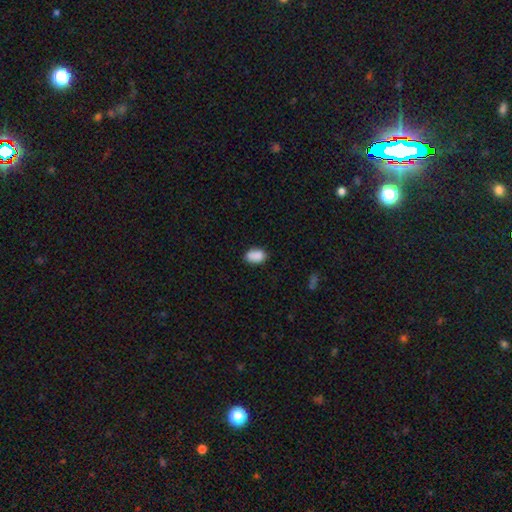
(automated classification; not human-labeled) A smooth galaxy with no disk features (87%) that is in between round and cigar-shaped (87%).

Vote fractions:
- Smooth or featured? smooth: 87% / star or artifact: 8% / featured or disk: 4%
- How rounded? in between: 87% / round: 12% / cigar-shaped: 1%
- Merging? none: 77% / minor disturbance: 17% / major disturbance: 3% / merger: 3%